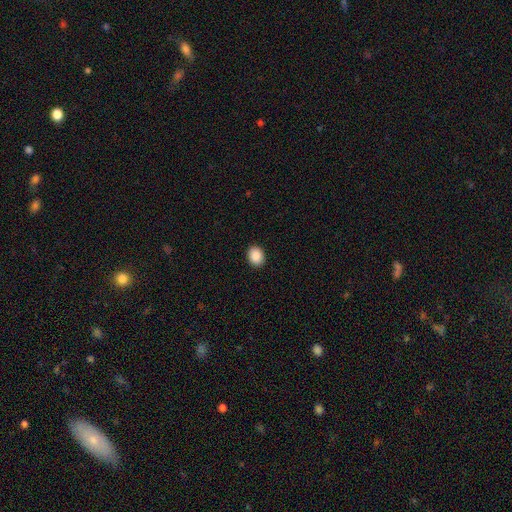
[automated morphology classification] This appears to be a smooth galaxy with no disk features (89%) that is in between round and cigar-shaped (52%). Merging: none (92%).